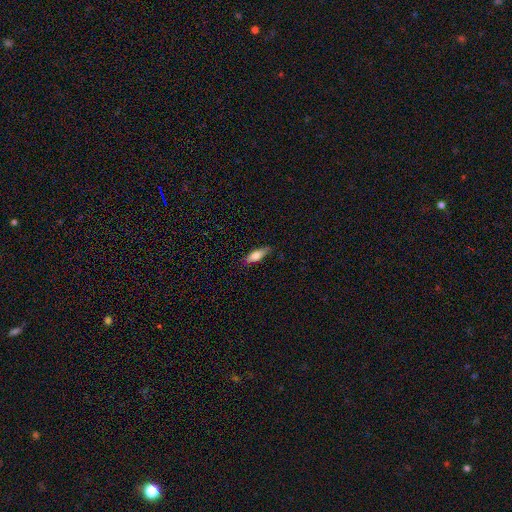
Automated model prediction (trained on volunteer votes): Overall: smooth (73%). How rounded: in between (56%; cigar-shaped 42%). Merging: none (76%).